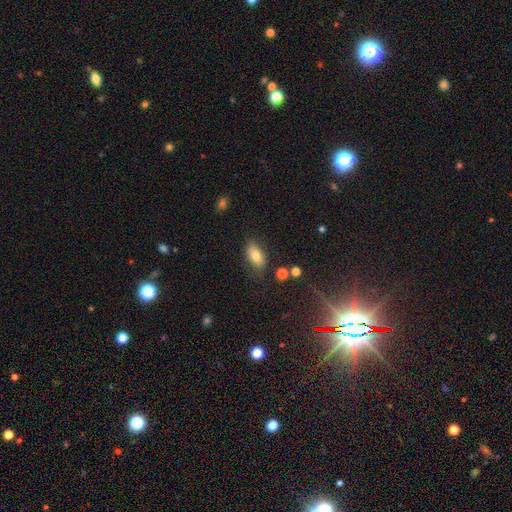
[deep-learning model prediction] Q: Smooth or featured?
A: smooth (78%); runner-up: featured or disk (14%)
Q: How rounded?
A: in between (89%); runner-up: cigar-shaped (6%)
Q: Merging?
A: none (79%); runner-up: minor disturbance (15%)